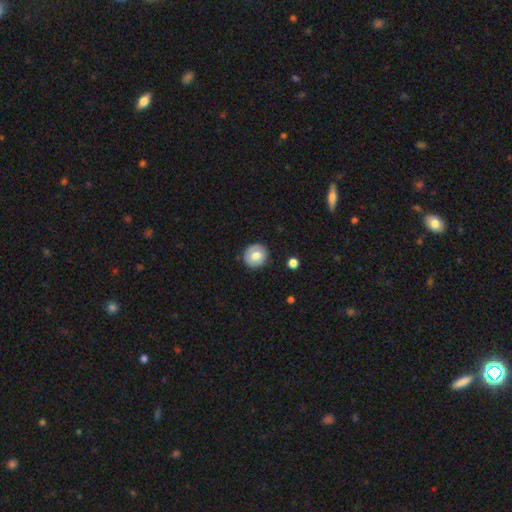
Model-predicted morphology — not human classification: This is likely a smooth galaxy (71%). How rounded: clearly round (88%). Merging: clearly none (85%).